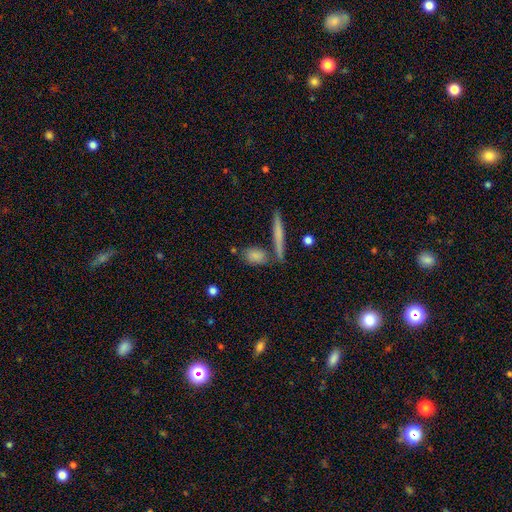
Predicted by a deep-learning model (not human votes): Smooth or featured?
  - smooth: 79% *
  - featured or disk: 14%
  - star or artifact: 7%
How rounded?
  - in between: 62% *
  - cigar-shaped: 24%
  - round: 14%
Merging?
  - none: 67% *
  - minor disturbance: 15%
  - merger: 14%
  - major disturbance: 5%